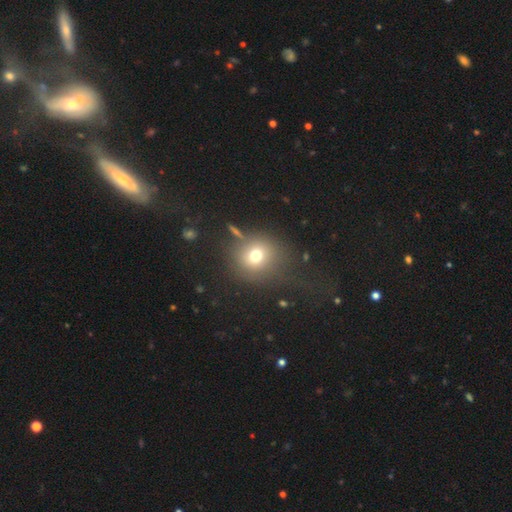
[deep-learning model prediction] Q: Smooth or featured?
A: smooth (71%); runner-up: star or artifact (16%)
Q: How rounded?
A: round (87%); runner-up: in between (12%)
Q: Merging?
A: none (70%); runner-up: minor disturbance (13%)